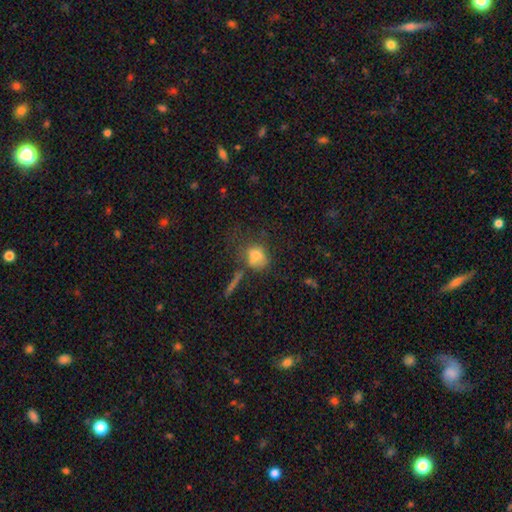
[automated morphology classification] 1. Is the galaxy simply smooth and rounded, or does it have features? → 72% smooth, 14% featured or disk, 13% star or artifact.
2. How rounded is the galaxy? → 51% round, 46% in between, 3% cigar-shaped.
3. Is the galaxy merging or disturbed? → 45% none, 22% minor disturbance, 19% major disturbance, 14% merger.